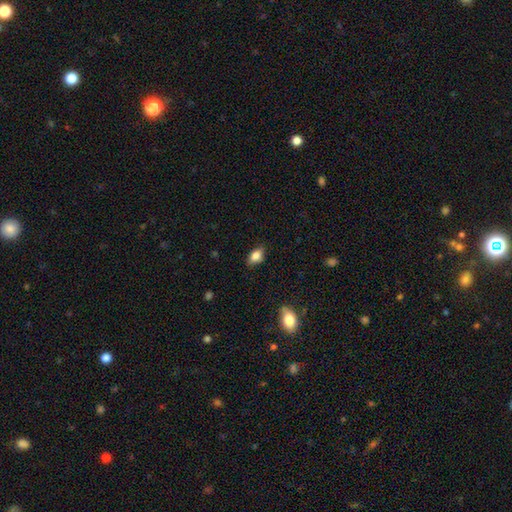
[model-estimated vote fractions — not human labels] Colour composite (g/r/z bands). It shows a smooth galaxy with no disk features (82%) that is in between round and cigar-shaped (83%). Merging: none (78%).